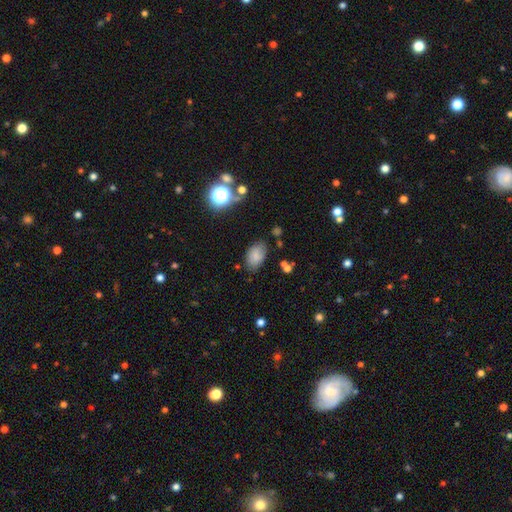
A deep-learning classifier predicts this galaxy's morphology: Q: Smooth or featured?
A: smooth (79%); runner-up: star or artifact (11%)
Q: How rounded?
A: in between (89%); runner-up: round (9%)
Q: Merging?
A: none (74%); runner-up: minor disturbance (19%)